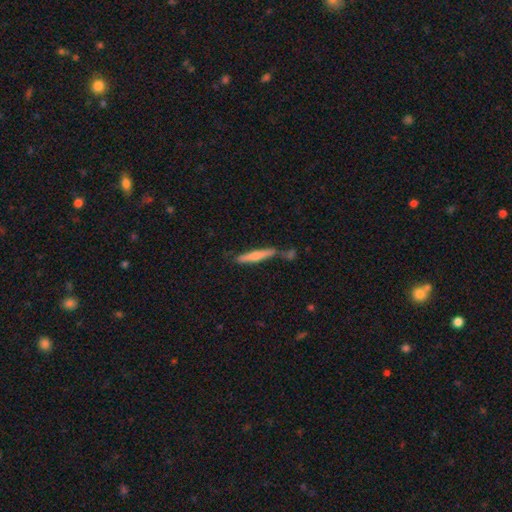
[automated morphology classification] Smooth or featured? smooth (55%)
How rounded? cigar-shaped (92%)
Merging? none (67%)